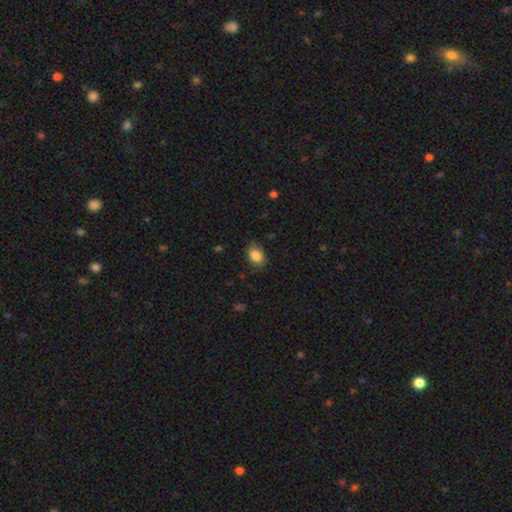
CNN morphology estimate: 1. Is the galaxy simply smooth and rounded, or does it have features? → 86% smooth, 8% star or artifact, 7% featured or disk.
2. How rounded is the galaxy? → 78% in between, 21% round, 1% cigar-shaped.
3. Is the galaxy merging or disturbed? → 81% none, 15% minor disturbance, 3% major disturbance, 1% merger.